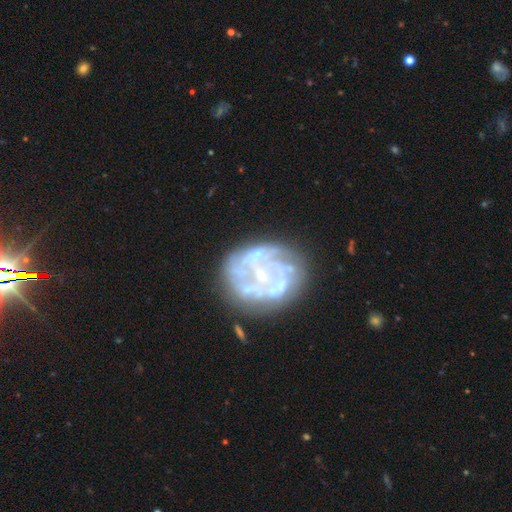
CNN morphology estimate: smooth-or-featured: featured or disk: 75% | smooth: 15% | star or artifact: 10%
  disk-edge-on: no: 98% | yes: 2%
    bar: no: 70% | weak: 22% | strong: 9%
    has-spiral-arms: no: 50% (tied) | yes: 50% (tied)
    bulge-size: none: 43% | small: 32% | moderate: 21% | large: 3% | dominant: 2%
  merging: none: 52% | major disturbance: 21% | minor disturbance: 18% | merger: 8%